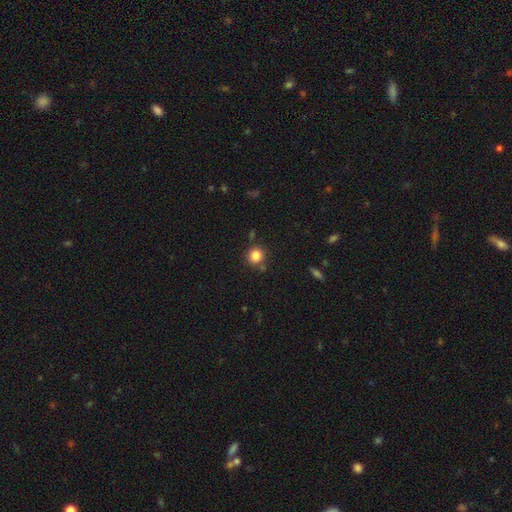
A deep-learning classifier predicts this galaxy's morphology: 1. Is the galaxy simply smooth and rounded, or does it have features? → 84% smooth, 11% star or artifact, 5% featured or disk.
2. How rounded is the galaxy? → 90% round, 9% in between, 1% cigar-shaped.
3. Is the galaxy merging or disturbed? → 83% none, 9% minor disturbance, 6% merger, 3% major disturbance.